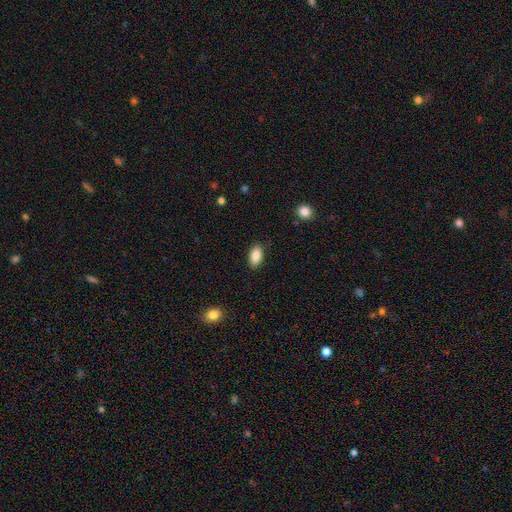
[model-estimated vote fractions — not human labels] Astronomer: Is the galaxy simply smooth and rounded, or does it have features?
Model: smooth — 87%.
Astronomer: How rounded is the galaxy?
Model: in between — 92%.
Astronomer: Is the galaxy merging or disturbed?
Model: none — 87%.